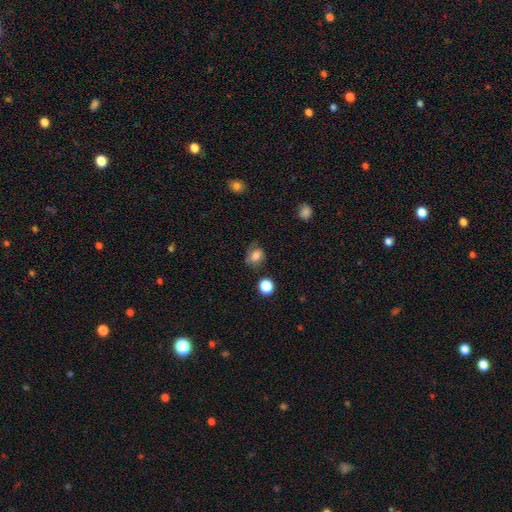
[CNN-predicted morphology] Q: Smooth or featured?
A: smooth (74%); runner-up: featured or disk (14%)
Q: How rounded?
A: round (54%); runner-up: in between (45%)
Q: Merging?
A: none (61%); runner-up: minor disturbance (26%)